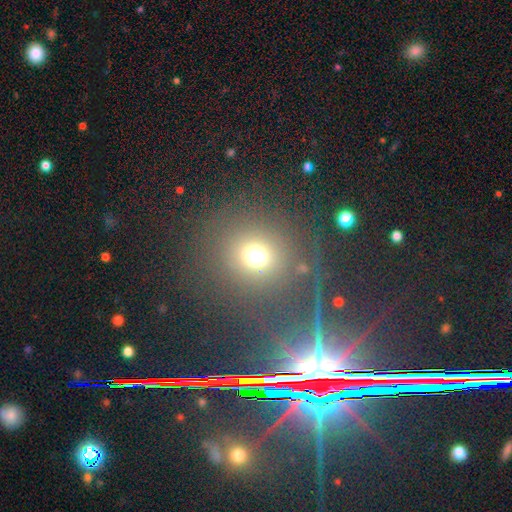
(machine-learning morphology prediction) Smooth or featured? smooth (67%)
How rounded? round (86%)
Merging? none (75%)